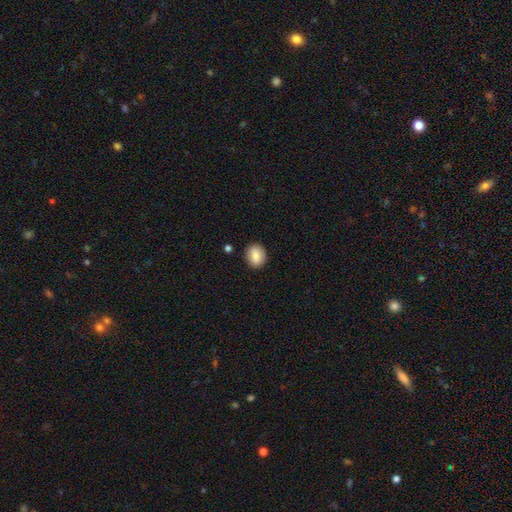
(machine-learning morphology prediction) This appears to be a smooth galaxy with no disk features (87%) that is round (59%). Merging: none (88%).